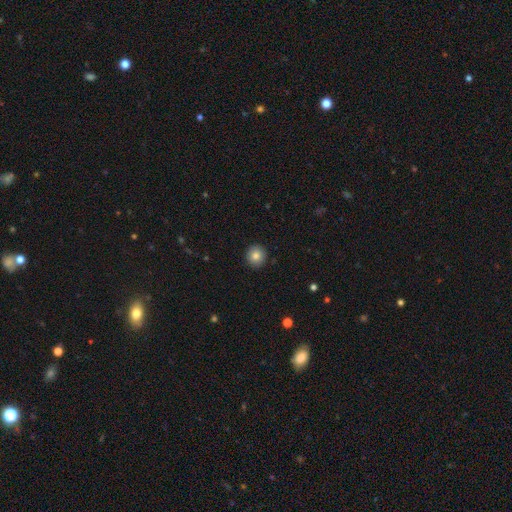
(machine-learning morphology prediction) Smooth or featured? smooth (83%)
How rounded? round (94%)
Merging? none (92%)